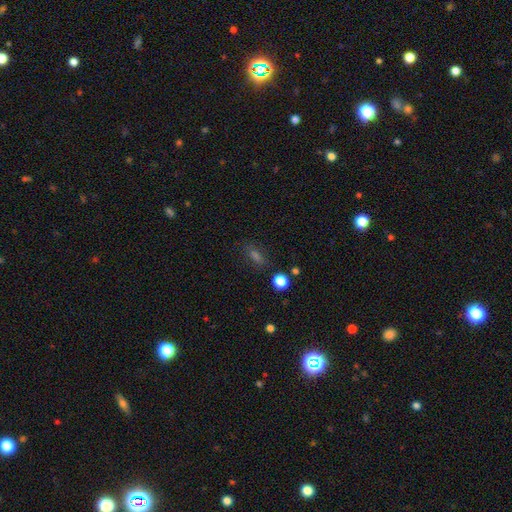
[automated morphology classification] Smooth or featured?
  - smooth: 56% *
  - star or artifact: 30%
  - featured or disk: 14%
How rounded?
  - in between: 66% *
  - round: 17%
  - cigar-shaped: 17%
Merging?
  - none: 76% *
  - minor disturbance: 15%
  - major disturbance: 6%
  - merger: 3%